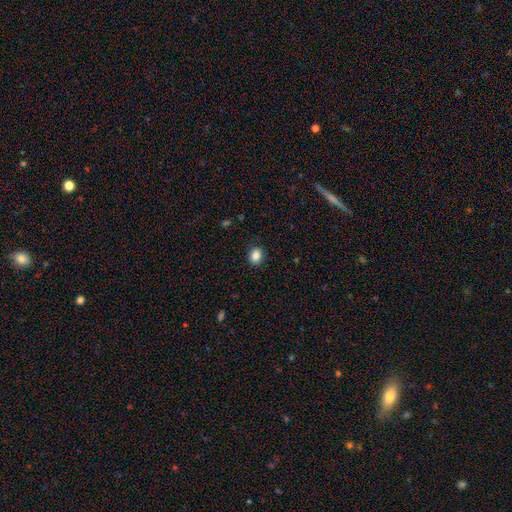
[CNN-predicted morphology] A smooth galaxy with no disk features (87%) that is in between round and cigar-shaped (51%).

Vote fractions:
- Smooth or featured? smooth: 87% / star or artifact: 9% / featured or disk: 3%
- How rounded? in between: 51% / round: 48% / cigar-shaped: 1%
- Merging? none: 87% / minor disturbance: 10% / major disturbance: 2% / merger: 1%